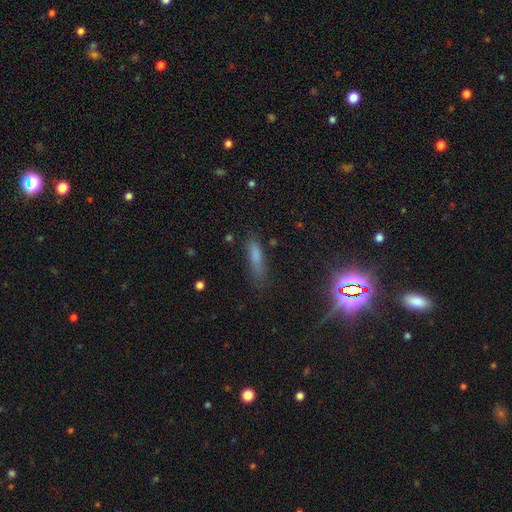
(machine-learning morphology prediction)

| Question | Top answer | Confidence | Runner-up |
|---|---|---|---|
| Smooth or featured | smooth | 72% | star or artifact (15%) |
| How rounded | cigar-shaped | 68% | in between (29%) |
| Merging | none | 70% | minor disturbance (21%) |